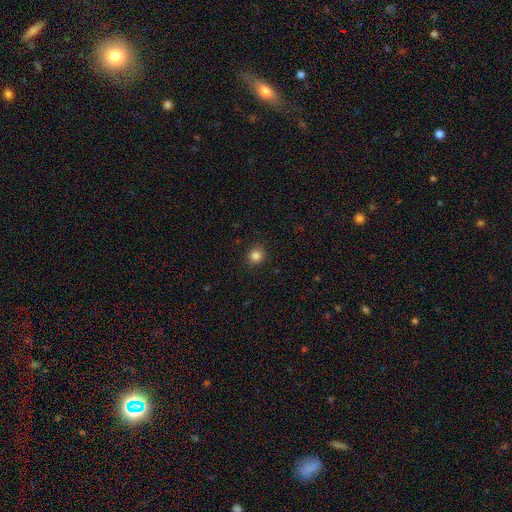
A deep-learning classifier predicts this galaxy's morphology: Smooth or featured? Predicted: smooth (p=0.84). How rounded? Predicted: round (p=0.88). Merging? Predicted: none (p=0.90).